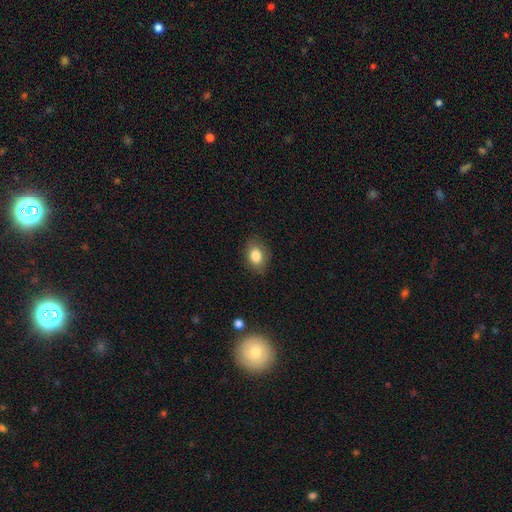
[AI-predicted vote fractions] Morphology: type=smooth (84%); roundness=in between (72%); merging=none (84%).